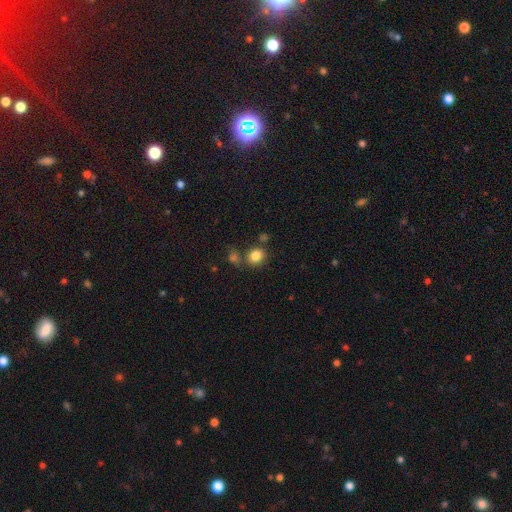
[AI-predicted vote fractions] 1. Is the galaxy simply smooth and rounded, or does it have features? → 83% smooth, 11% star or artifact, 6% featured or disk.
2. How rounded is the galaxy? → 72% round, 28% in between, 1% cigar-shaped.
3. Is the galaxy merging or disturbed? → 71% none, 13% merger, 11% minor disturbance, 4% major disturbance.